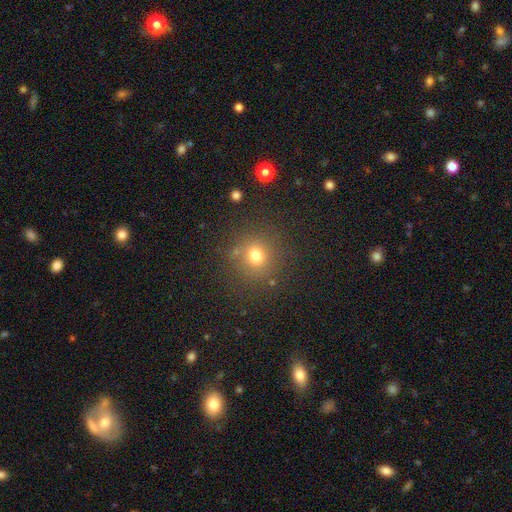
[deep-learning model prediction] smooth-or-featured: smooth: 72% | star or artifact: 20% | featured or disk: 9%
  how-rounded: round: 89% | in between: 10% | cigar-shaped: 1%
  merging: none: 82% | minor disturbance: 10% | major disturbance: 4% | merger: 3%